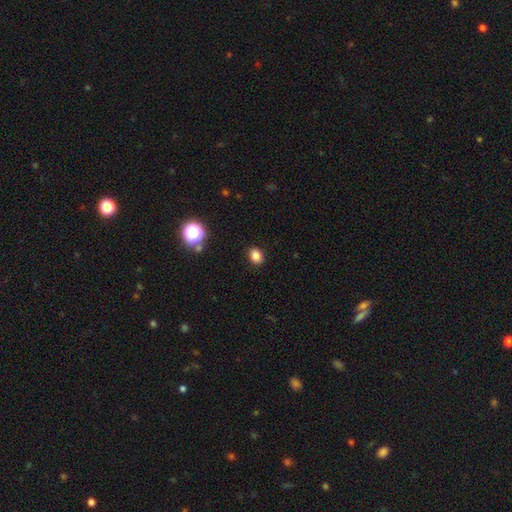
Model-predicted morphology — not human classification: A smooth galaxy with no disk features (83%) that is in between round and cigar-shaped (54%).

Vote fractions:
- Smooth or featured? smooth: 83% / star or artifact: 13% / featured or disk: 5%
- How rounded? in between: 54% / round: 45% / cigar-shaped: 1%
- Merging? none: 90% / minor disturbance: 7% / major disturbance: 2% / merger: 1%